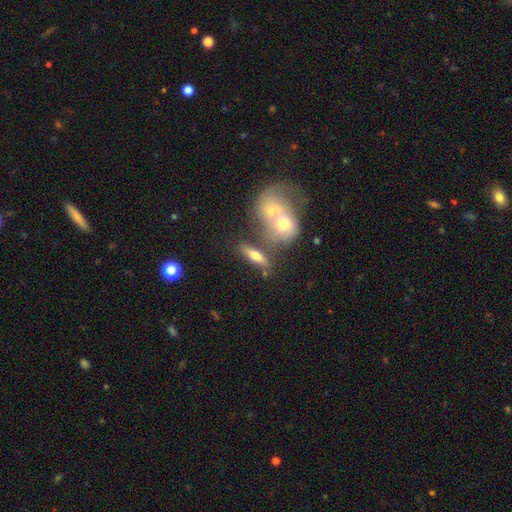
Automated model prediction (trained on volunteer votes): Smooth or featured? Predicted: smooth (p=0.54). How rounded? Predicted: cigar-shaped (p=0.46). Merging? Predicted: none (p=0.56).